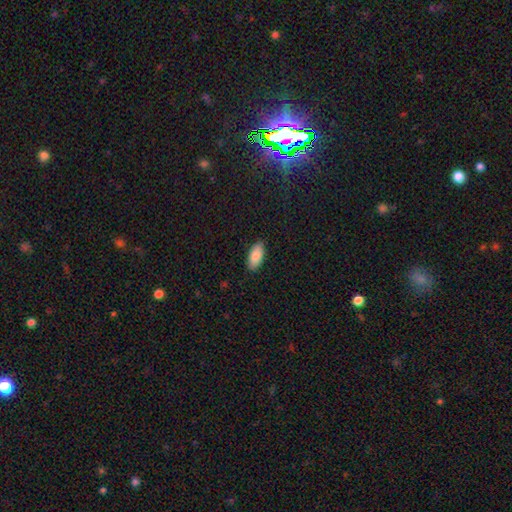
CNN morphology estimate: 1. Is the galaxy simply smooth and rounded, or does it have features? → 86% smooth, 8% featured or disk, 6% star or artifact.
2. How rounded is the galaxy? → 92% in between, 6% cigar-shaped, 2% round.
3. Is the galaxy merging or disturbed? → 89% none, 9% minor disturbance, 2% major disturbance, 1% merger.